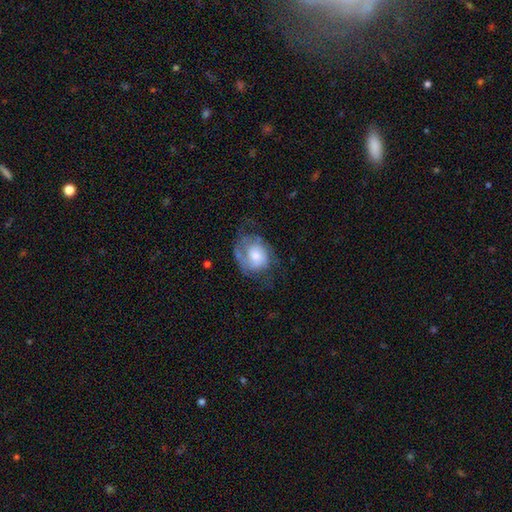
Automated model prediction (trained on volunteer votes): Smooth or featured? featured or disk (58%)
Edge-on disk? no (97%)
Bar? no (73%)
Spiral arms? yes (79%)
Bulge size? moderate (47%)
Merging? none (47%)